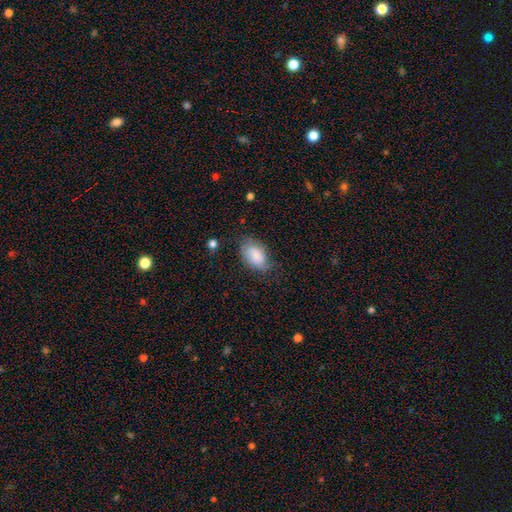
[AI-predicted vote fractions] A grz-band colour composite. It shows a smooth galaxy with no disk features (79%) that is in between round and cigar-shaped (92%). Merging: none (62%).